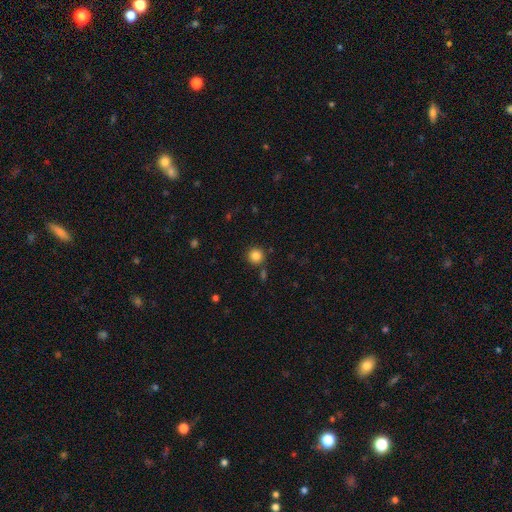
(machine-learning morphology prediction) A smooth galaxy with no disk features (85%) that is round (95%).

Vote fractions:
- Smooth or featured? smooth: 85% / star or artifact: 11% / featured or disk: 4%
- How rounded? round: 95% / in between: 4% / cigar-shaped: 1%
- Merging? none: 85% / minor disturbance: 7% / merger: 5% / major disturbance: 2%